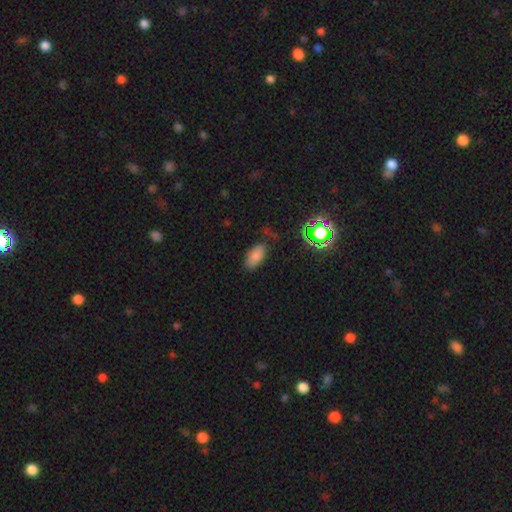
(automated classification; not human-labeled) Smooth or featured: smooth — 79% (star or artifact — 14%)
How rounded: in between — 91% (cigar-shaped — 6%)
Merging: none — 73% (minor disturbance — 18%)